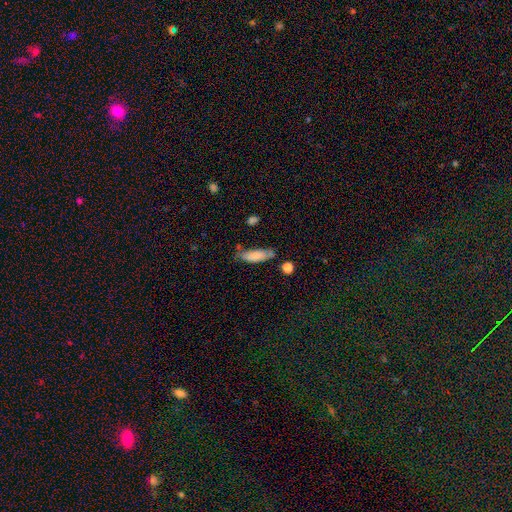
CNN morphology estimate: smooth_or_featured: smooth (p=0.79) [alt: featured or disk p=0.14]
how_rounded: in between (p=0.62) [alt: cigar-shaped p=0.37]
merging: none (p=0.62) [alt: minor disturbance p=0.26]